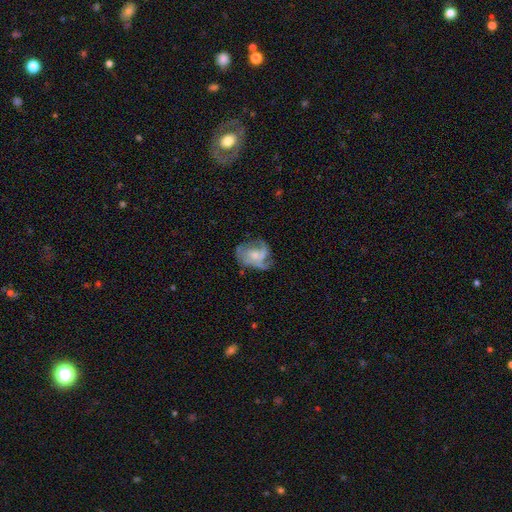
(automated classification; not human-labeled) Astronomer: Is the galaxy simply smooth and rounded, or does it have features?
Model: featured or disk — 71%.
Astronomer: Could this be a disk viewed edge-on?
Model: no — 98%.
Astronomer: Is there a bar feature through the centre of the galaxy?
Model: no — 71%.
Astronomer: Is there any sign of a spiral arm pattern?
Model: yes — 83%.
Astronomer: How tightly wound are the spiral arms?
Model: medium — 45% (runner-up: tight, 28%).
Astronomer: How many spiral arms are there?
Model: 3 — 33% (runner-up: can't tell, 24%).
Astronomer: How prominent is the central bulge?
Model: moderate — 43% (runner-up: small, 38%).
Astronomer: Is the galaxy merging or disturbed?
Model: none — 48% (runner-up: minor disturbance, 25%).